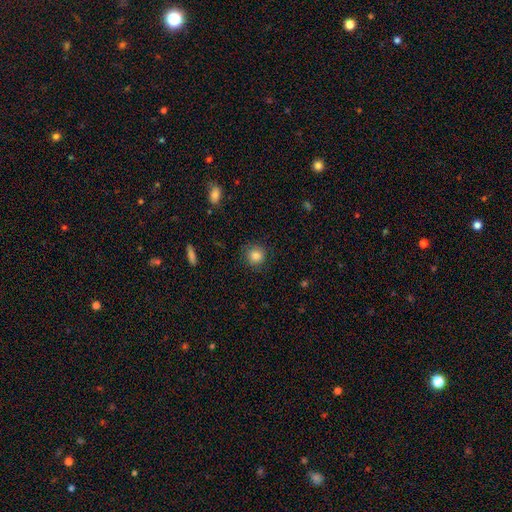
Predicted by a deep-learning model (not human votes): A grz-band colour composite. It shows a smooth galaxy with no disk features (84%) that is round (91%). Merging: none (86%).